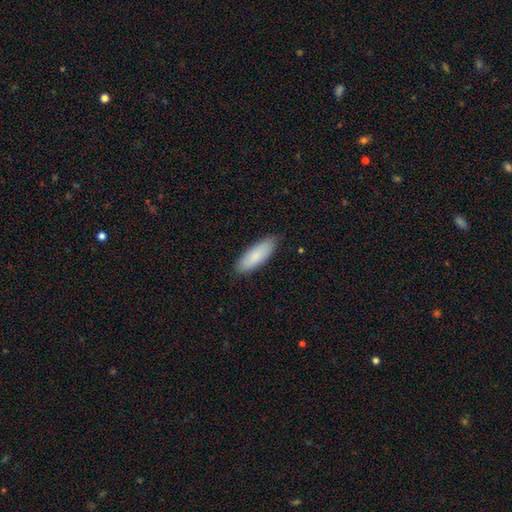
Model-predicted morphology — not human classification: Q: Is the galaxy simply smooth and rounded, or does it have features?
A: smooth — 85%.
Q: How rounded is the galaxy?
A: in between — 64%.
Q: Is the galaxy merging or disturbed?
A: none — 86%.